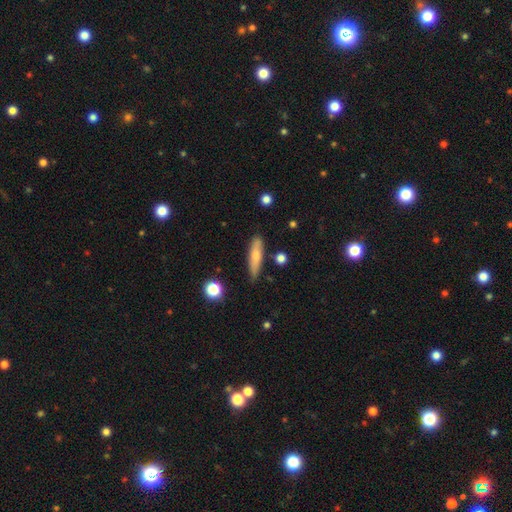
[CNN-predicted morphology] smooth-or-featured: smooth: 73% | featured or disk: 21% | star or artifact: 7%
  how-rounded: cigar-shaped: 76% | in between: 22% | round: 2%
  merging: none: 79% | minor disturbance: 15% | merger: 3% | major disturbance: 3%